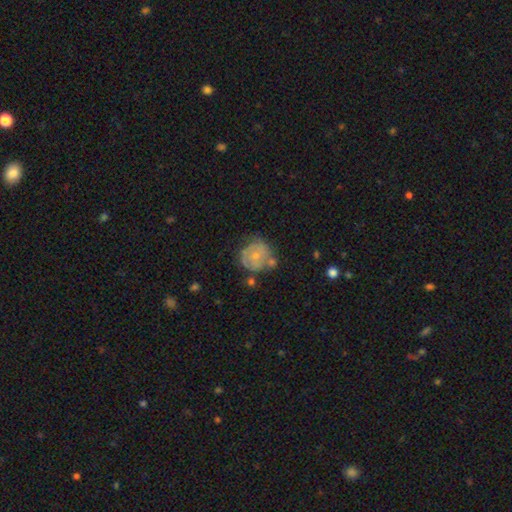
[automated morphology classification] Smooth or featured?
  - featured or disk: 53% *
  - smooth: 40%
  - star or artifact: 7%
Edge-on disk?
  - no: 98% *
  - yes: 2%
Bar?
  - no: 83% *
  - weak: 15%
  - strong: 2%
Spiral arms?
  - yes: 64% *
  - no: 36%
Bulge size?
  - small: 67% *
  - moderate: 26%
  - none: 5%
  - large: 1%
  - dominant: 1%
Merging?
  - none: 53% *
  - minor disturbance: 25%
  - merger: 11%
  - major disturbance: 10%